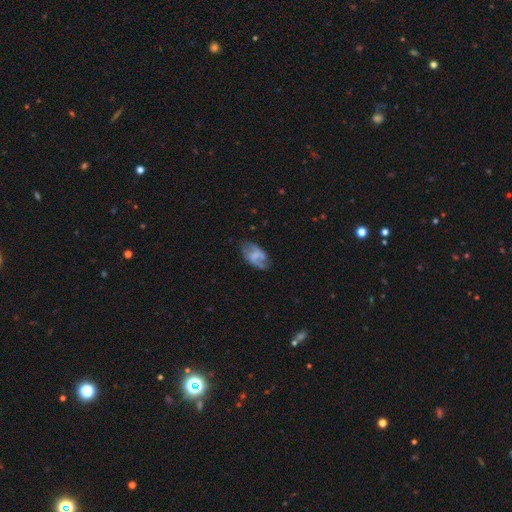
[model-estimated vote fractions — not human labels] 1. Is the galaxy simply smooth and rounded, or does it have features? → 54% featured or disk, 37% smooth, 9% star or artifact.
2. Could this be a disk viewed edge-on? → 96% no, 4% yes.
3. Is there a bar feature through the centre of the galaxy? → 47% no, 38% weak, 16% strong.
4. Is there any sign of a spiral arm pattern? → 71% yes, 29% no.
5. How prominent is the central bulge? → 59% none, 21% small, 14% moderate, 5% large, 2% dominant.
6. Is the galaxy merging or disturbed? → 53% none, 27% minor disturbance, 17% major disturbance, 4% merger.